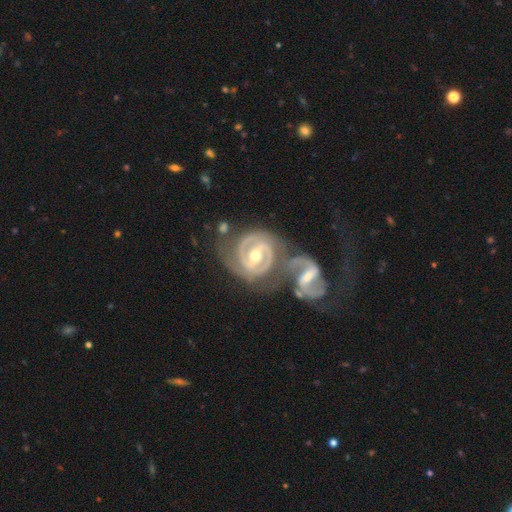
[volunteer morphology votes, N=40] featured or disk 95%, smooth 2%, star or artifact 2%. Down the decision tree: edge-on disk — no (100%); bar — strong (68%); spiral arms — yes (100%); spiral arm count — 2 (87%); spiral winding — tight (53%); bulge size — moderate (66%); merging — merger (69%).